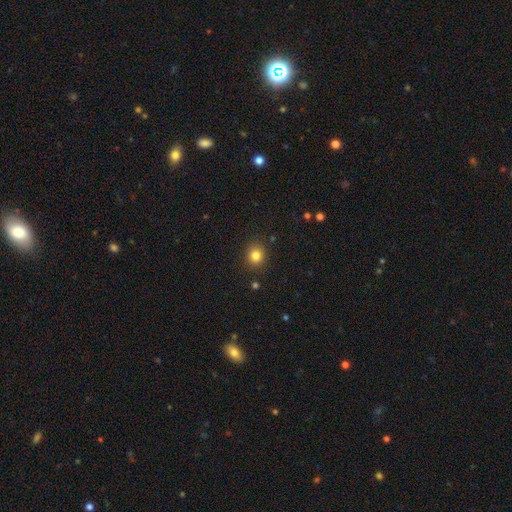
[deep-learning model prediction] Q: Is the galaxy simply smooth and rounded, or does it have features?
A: smooth — 83%.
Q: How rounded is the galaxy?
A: round — 81%.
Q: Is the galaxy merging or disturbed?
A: none — 88%.